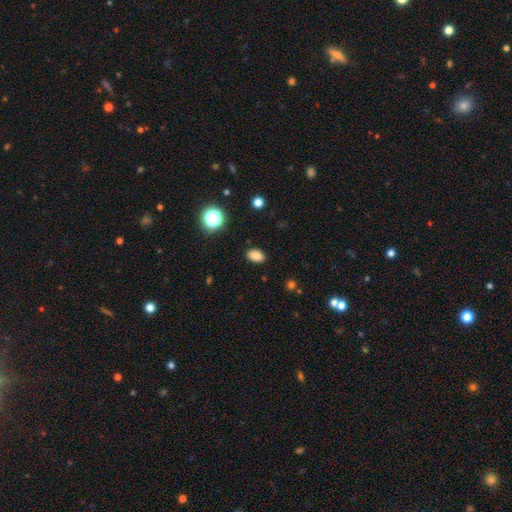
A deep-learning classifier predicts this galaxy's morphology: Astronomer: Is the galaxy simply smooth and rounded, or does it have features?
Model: smooth — 83%.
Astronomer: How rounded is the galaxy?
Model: in between — 85%.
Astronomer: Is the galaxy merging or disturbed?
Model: none — 88%.